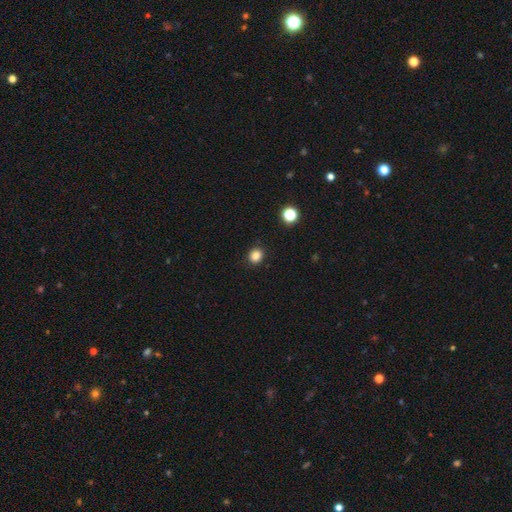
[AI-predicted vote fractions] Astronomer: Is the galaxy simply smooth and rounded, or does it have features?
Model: smooth — 84%.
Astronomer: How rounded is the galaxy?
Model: round — 82%.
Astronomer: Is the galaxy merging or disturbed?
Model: none — 91%.